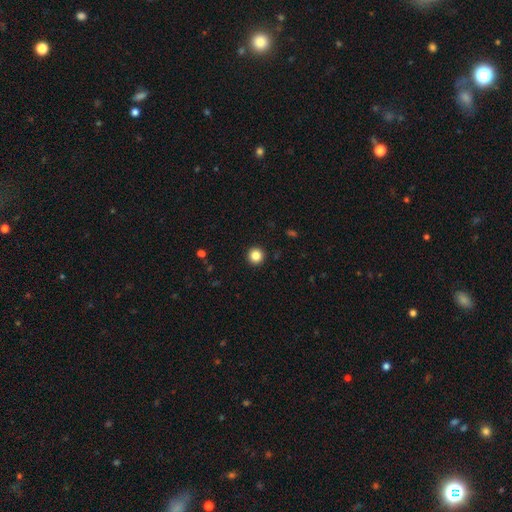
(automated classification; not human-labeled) Q: Smooth or featured?
A: smooth (85%); runner-up: star or artifact (11%)
Q: How rounded?
A: round (96%); runner-up: in between (3%)
Q: Merging?
A: none (94%); runner-up: minor disturbance (4%)